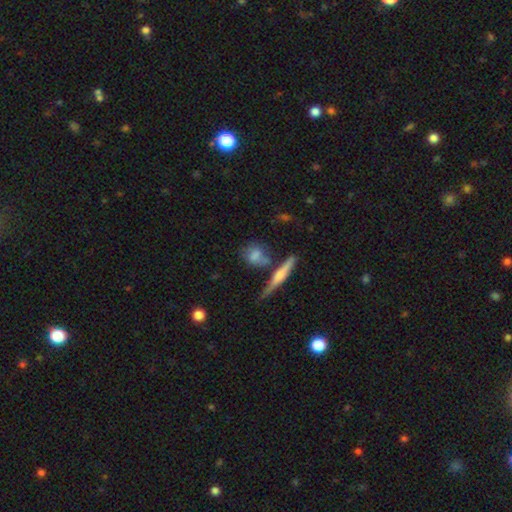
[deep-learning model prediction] Smooth or featured: smooth — 59% (featured or disk — 31%)
How rounded: round — 43% (in between — 41%)
Merging: none — 50% (minor disturbance — 21%)